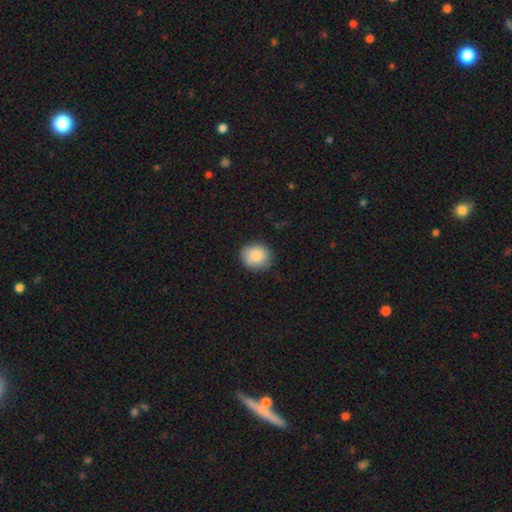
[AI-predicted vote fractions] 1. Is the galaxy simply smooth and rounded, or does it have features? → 88% smooth, 7% star or artifact, 5% featured or disk.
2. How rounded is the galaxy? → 77% round, 22% in between, 1% cigar-shaped.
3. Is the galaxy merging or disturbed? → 87% none, 10% minor disturbance, 2% major disturbance, 1% merger.